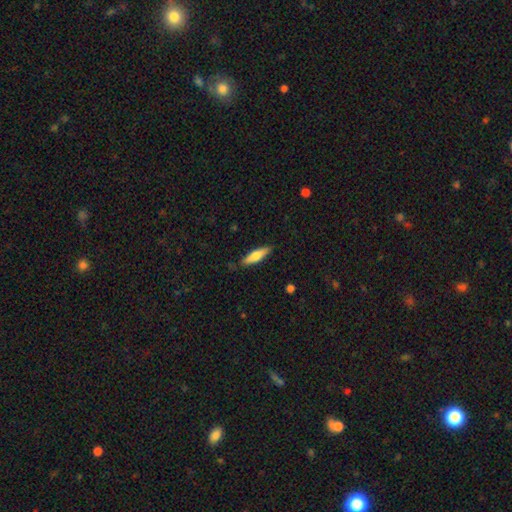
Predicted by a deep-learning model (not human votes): This is likely a smooth galaxy (64%). How rounded: likely cigar-shaped (67%). Merging: clearly none (86%).